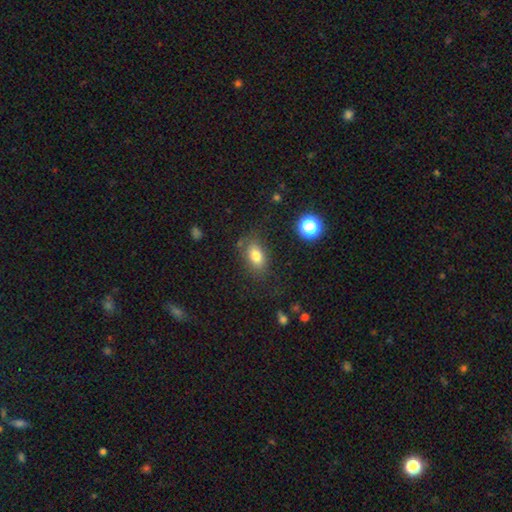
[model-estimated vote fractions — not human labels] Smooth or featured? smooth (78%)
How rounded? in between (83%)
Merging? none (77%)